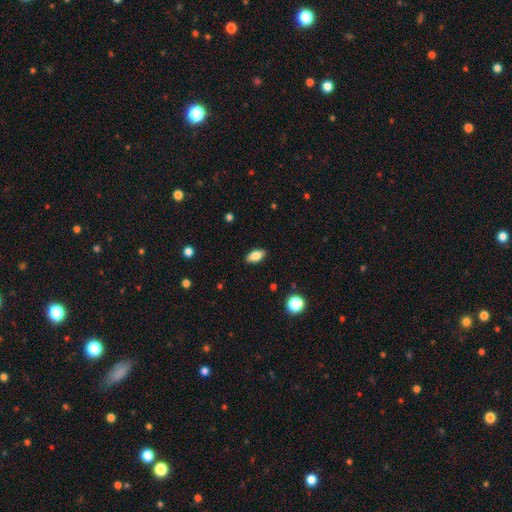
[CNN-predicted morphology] This is likely a smooth galaxy (80%). How rounded: clearly in between (88%). Merging: clearly none (89%).